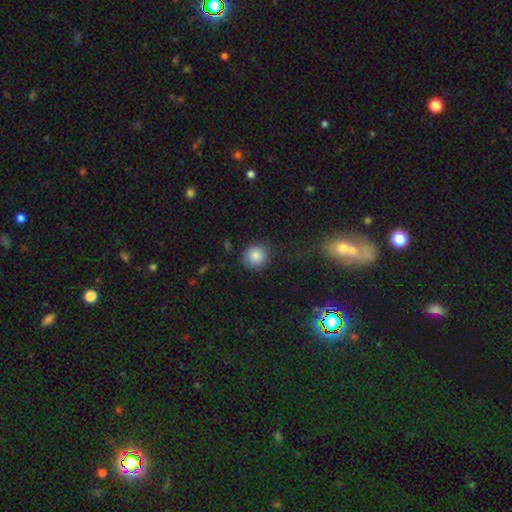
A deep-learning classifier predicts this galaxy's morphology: Q: Smooth or featured?
A: smooth (85%); runner-up: star or artifact (10%)
Q: How rounded?
A: round (86%); runner-up: in between (13%)
Q: Merging?
A: none (81%); runner-up: minor disturbance (13%)